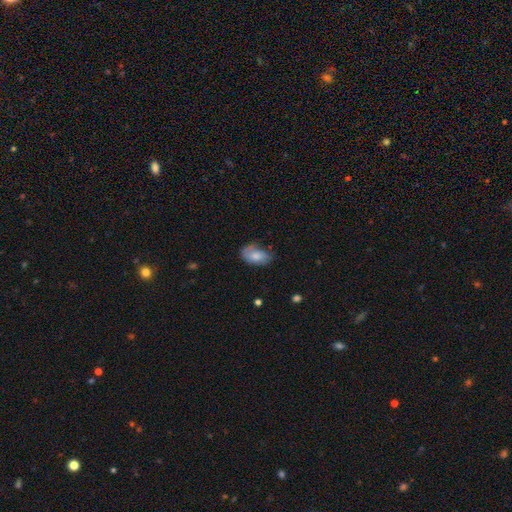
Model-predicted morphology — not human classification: Q: Smooth or featured?
A: smooth (72%); runner-up: featured or disk (21%)
Q: How rounded?
A: in between (91%); runner-up: round (7%)
Q: Merging?
A: none (55%); runner-up: minor disturbance (32%)